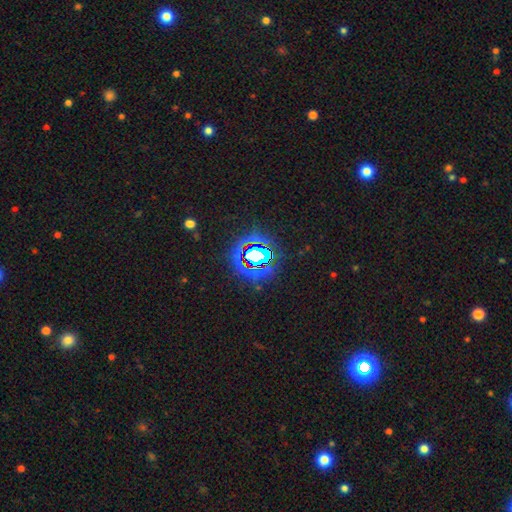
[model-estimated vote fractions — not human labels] Smooth or featured? Predicted: star or artifact (p=0.75).